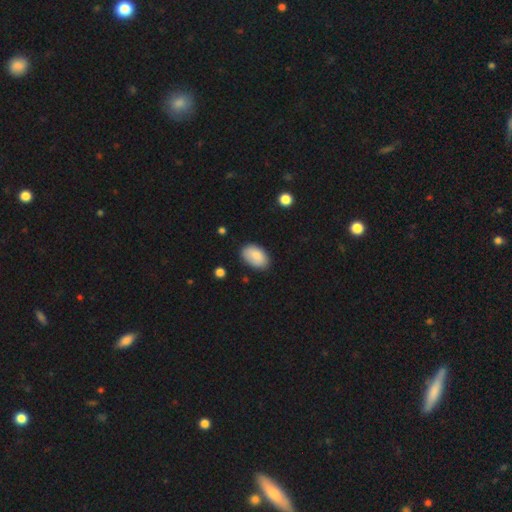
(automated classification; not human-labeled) Smooth or featured? smooth (83%)
How rounded? in between (92%)
Merging? none (81%)